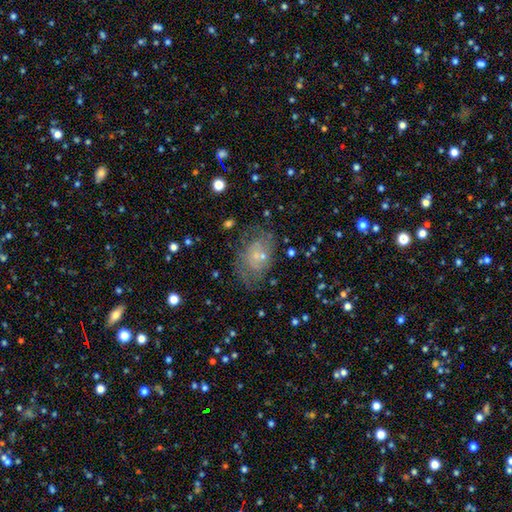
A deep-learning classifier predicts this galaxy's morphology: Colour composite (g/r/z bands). It shows a featured or disk galaxy (51%). Merging: none (58%).